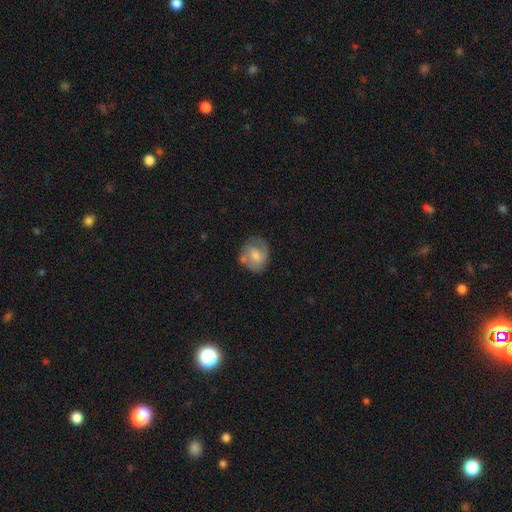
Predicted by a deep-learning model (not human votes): Morphology: type=featured or disk (49%); merging=none (65%).